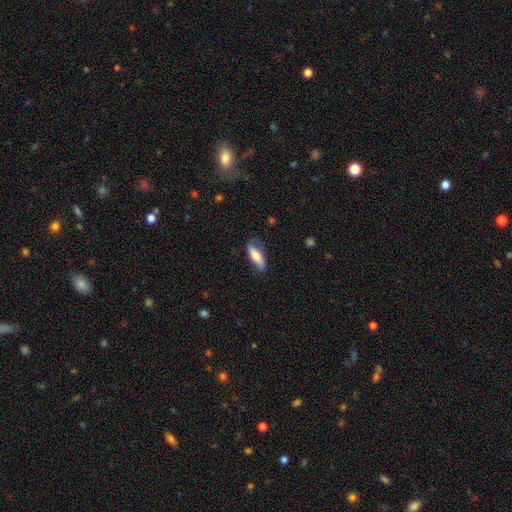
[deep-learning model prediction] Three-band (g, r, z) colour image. It shows a smooth galaxy with no disk features (71%) that is in between round and cigar-shaped (60%). Merging: none (65%).